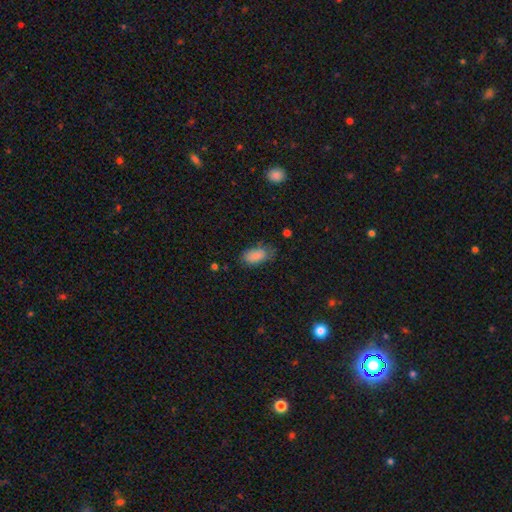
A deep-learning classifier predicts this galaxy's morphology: type=smooth (85%); roundness=in between (92%); merging=none (62%).